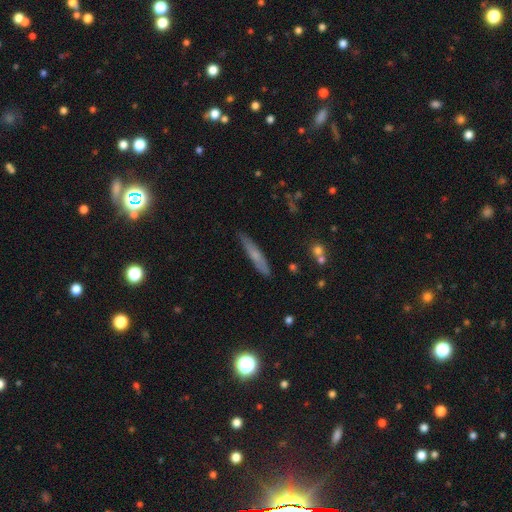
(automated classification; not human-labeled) The model was most divided on "smooth or featured": smooth: 58%, featured or disk: 33%, star or artifact: 9%. More confident: how rounded — cigar-shaped (91%); merging — none (84%).